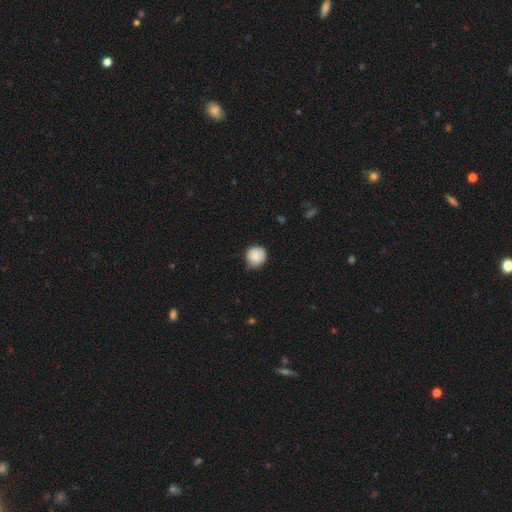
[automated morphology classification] smooth_or_featured: smooth (p=0.84) [alt: featured or disk p=0.08]
how_rounded: round (p=0.92) [alt: in between p=0.07]
merging: none (p=0.71) [alt: minor disturbance p=0.24]